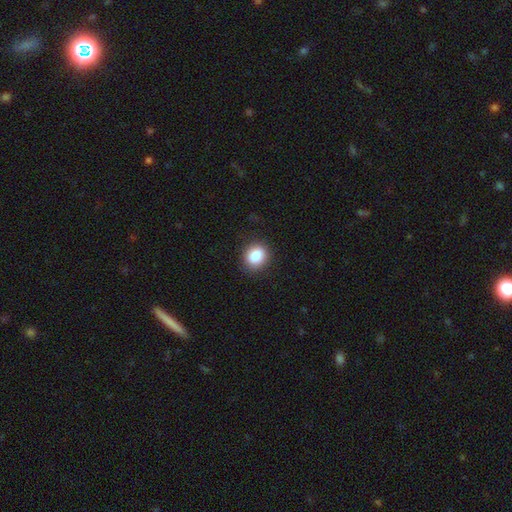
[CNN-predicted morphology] smooth_or_featured: smooth (p=0.87) [alt: star or artifact p=0.09]
how_rounded: round (p=0.67) [alt: in between p=0.32]
merging: none (p=0.87) [alt: minor disturbance p=0.09]